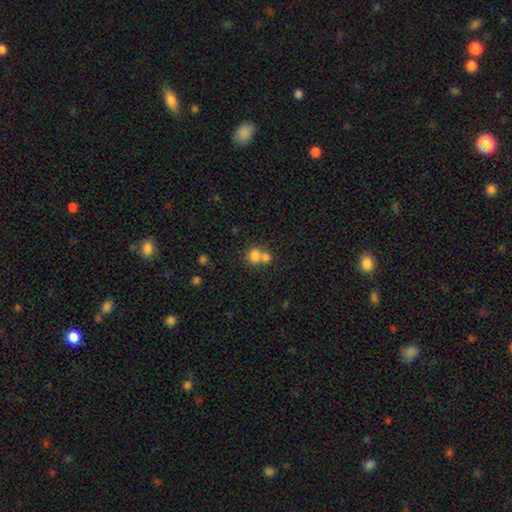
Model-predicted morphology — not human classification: The model was most divided on "merging": merger: 53%, none: 38%, minor disturbance: 6%, major disturbance: 3%. More confident: how rounded — round (79%); smooth or featured — smooth (78%).